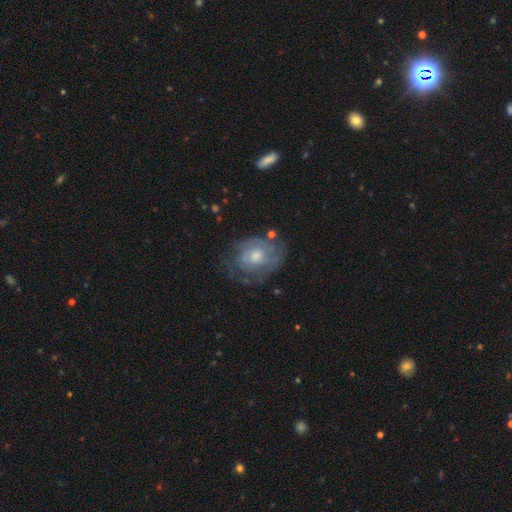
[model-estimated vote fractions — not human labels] Smooth or featured? Predicted: featured or disk (p=0.67). Edge-on disk? Predicted: no (p=0.96). Bar? Predicted: no (p=0.77). Spiral arms? Predicted: yes (p=0.68). Bulge size? Predicted: moderate (p=0.61). Merging? Predicted: none (p=0.61).